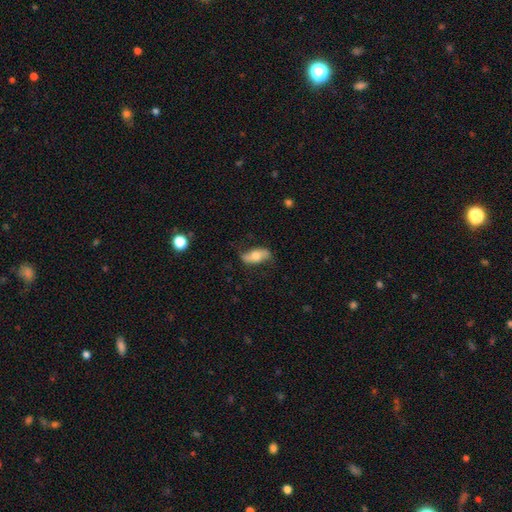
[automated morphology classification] A smooth galaxy with no disk features (48%).

Vote fractions:
- Smooth or featured? smooth: 48% / featured or disk: 46% / star or artifact: 7%
- Merging? none: 69% / minor disturbance: 21% / major disturbance: 8% / merger: 2%